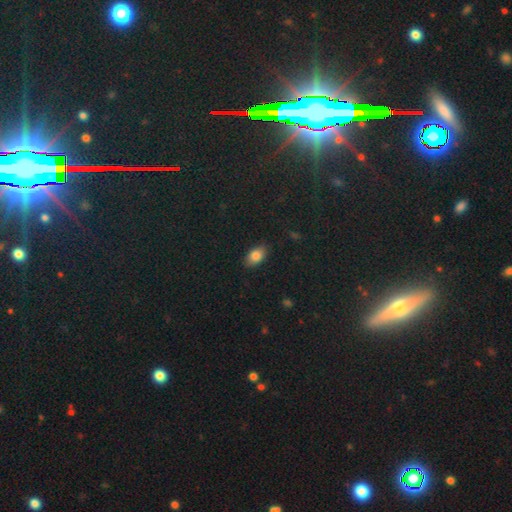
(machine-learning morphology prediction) Smooth or featured? Predicted: smooth (p=0.82). How rounded? Predicted: in between (p=0.89). Merging? Predicted: none (p=0.86).